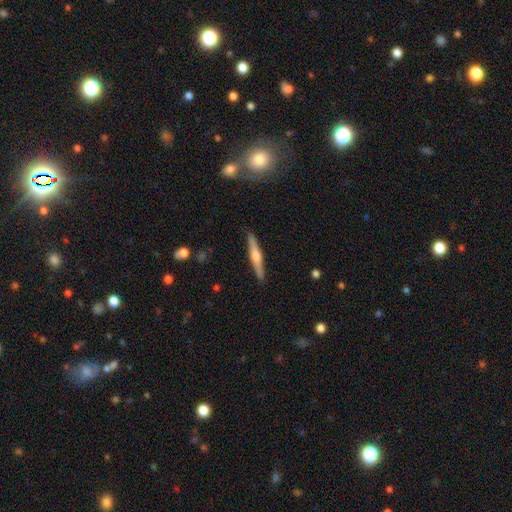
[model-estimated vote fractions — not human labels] Q: Smooth or featured?
A: featured or disk (66%); runner-up: smooth (28%)
Q: Edge-on disk?
A: yes (98%); runner-up: no (2%)
Q: Edge-on bulge?
A: rounded (84%); runner-up: boxy (9%)
Q: Merging?
A: none (90%); runner-up: minor disturbance (7%)